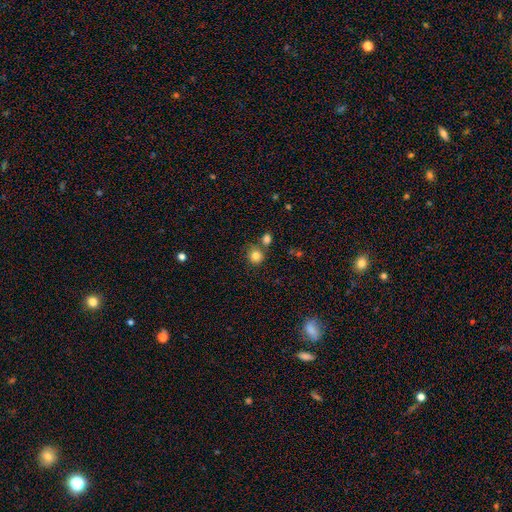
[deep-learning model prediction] This appears to be a smooth galaxy with no disk features (82%) that is round (89%). Merging: none (66%).